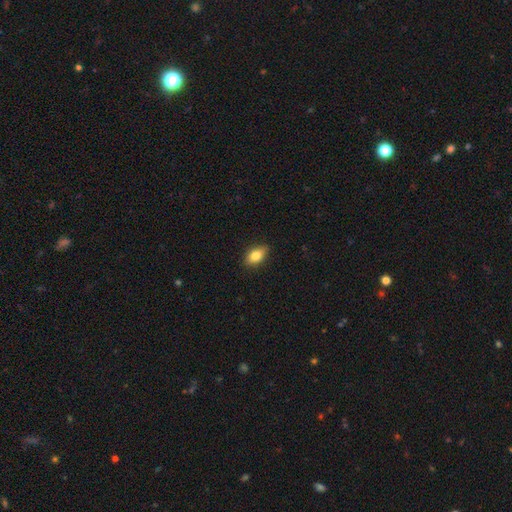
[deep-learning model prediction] Smooth or featured?
  - smooth: 81% *
  - featured or disk: 11%
  - star or artifact: 8%
How rounded?
  - in between: 84% *
  - round: 11%
  - cigar-shaped: 5%
Merging?
  - none: 83% *
  - minor disturbance: 13%
  - major disturbance: 2%
  - merger: 1%